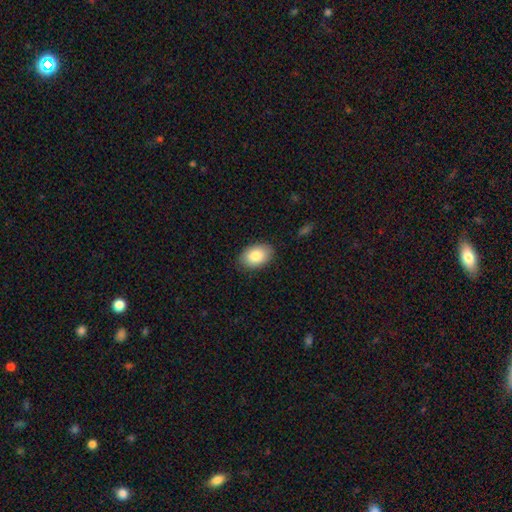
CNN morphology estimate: Smooth or featured? Predicted: smooth (p=0.85). How rounded? Predicted: in between (p=0.87). Merging? Predicted: none (p=0.87).